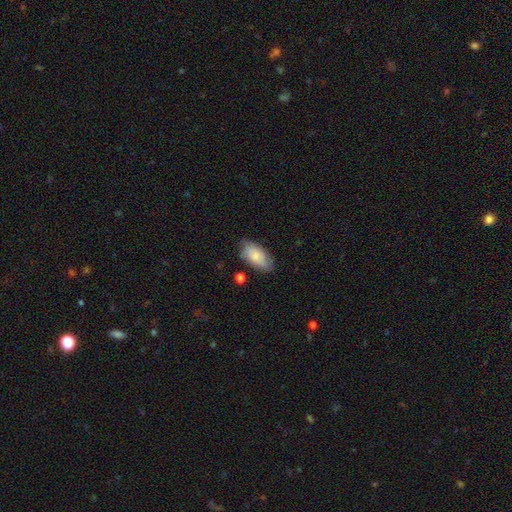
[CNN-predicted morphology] smooth-or-featured: smooth: 75% | featured or disk: 18% | star or artifact: 6%
  how-rounded: in between: 92% | cigar-shaped: 5% | round: 3%
  merging: none: 70% | minor disturbance: 23% | major disturbance: 5% | merger: 3%